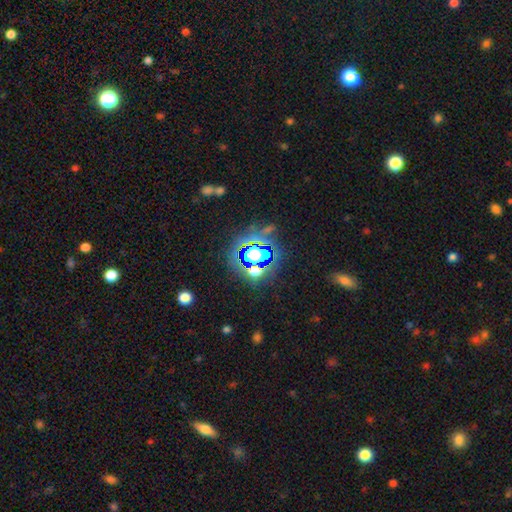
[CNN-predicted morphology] Overall: star or artifact (65%).